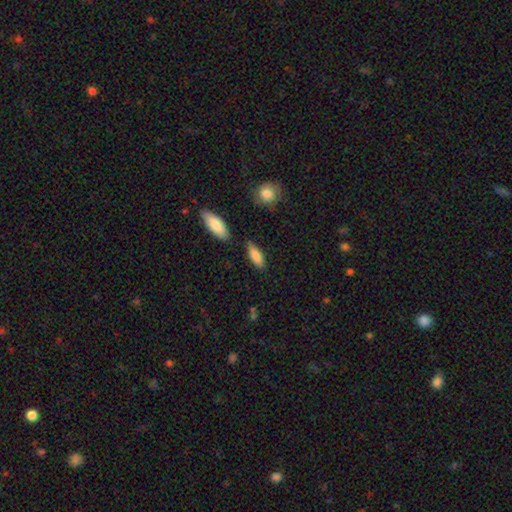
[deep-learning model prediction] Q: Smooth or featured?
A: smooth (84%); runner-up: featured or disk (10%)
Q: How rounded?
A: in between (68%); runner-up: cigar-shaped (30%)
Q: Merging?
A: none (77%); runner-up: minor disturbance (15%)